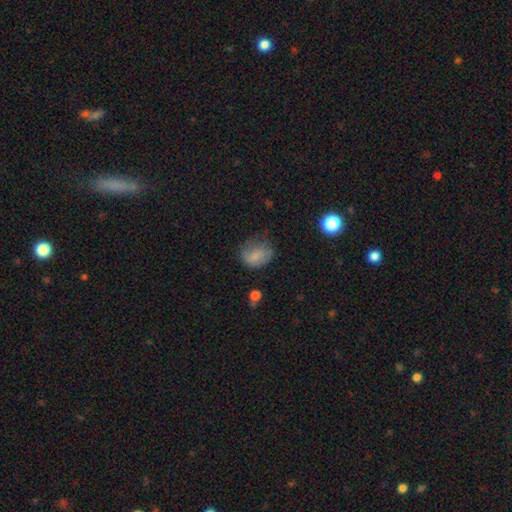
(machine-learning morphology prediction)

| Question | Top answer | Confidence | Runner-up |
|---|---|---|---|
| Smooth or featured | smooth | 76% | featured or disk (14%) |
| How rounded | in between | 55% | round (44%) |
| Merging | none | 54% | minor disturbance (30%) |